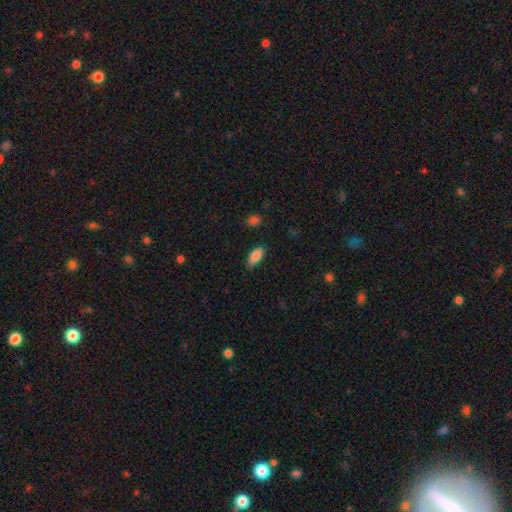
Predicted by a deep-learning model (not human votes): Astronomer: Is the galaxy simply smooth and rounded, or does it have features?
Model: smooth — 86%.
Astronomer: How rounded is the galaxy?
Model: in between — 89%.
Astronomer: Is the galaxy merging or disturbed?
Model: none — 80%.